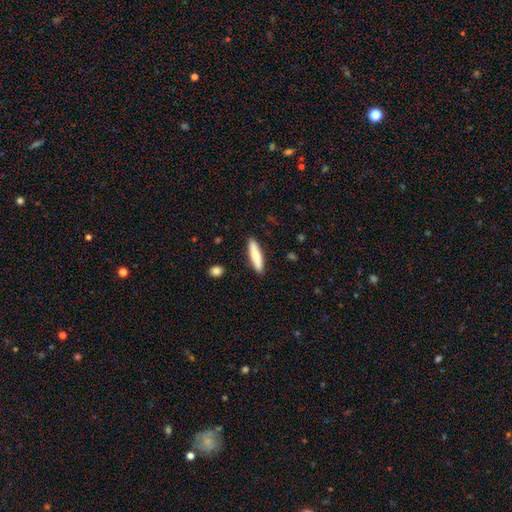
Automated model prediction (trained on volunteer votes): This appears to be a smooth galaxy with no disk features (79%) that is cigar-shaped (81%). Merging: none (89%).